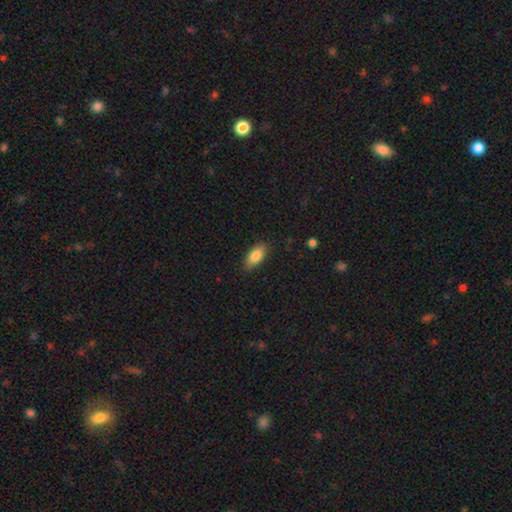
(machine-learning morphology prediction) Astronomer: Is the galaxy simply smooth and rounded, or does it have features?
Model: smooth — 84%.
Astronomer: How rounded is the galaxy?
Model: in between — 89%.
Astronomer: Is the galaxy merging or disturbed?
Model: none — 86%.